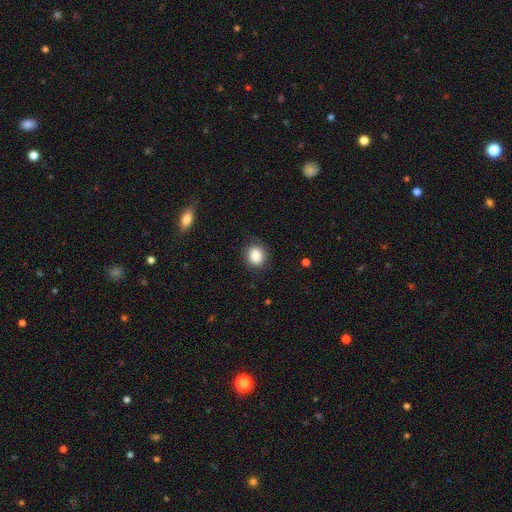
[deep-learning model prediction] A smooth galaxy with no disk features (88%) that is round (73%).

Vote fractions:
- Smooth or featured? smooth: 88% / star or artifact: 8% / featured or disk: 4%
- How rounded? round: 73% / in between: 26% / cigar-shaped: 1%
- Merging? none: 84% / minor disturbance: 12% / major disturbance: 3% / merger: 1%